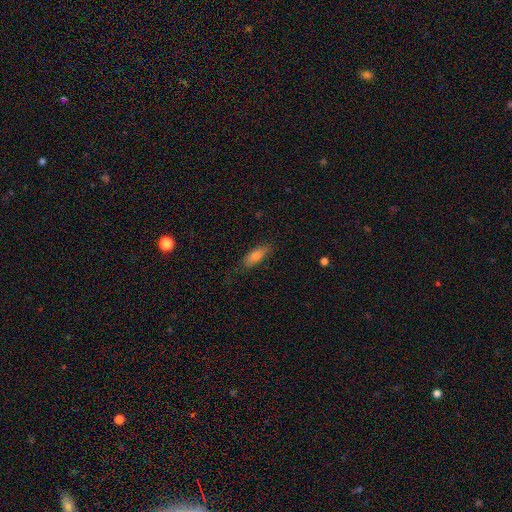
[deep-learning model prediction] Smooth or featured: smooth — 70% (featured or disk — 20%)
How rounded: in between — 61% (cigar-shaped — 36%)
Merging: none — 77% (minor disturbance — 17%)